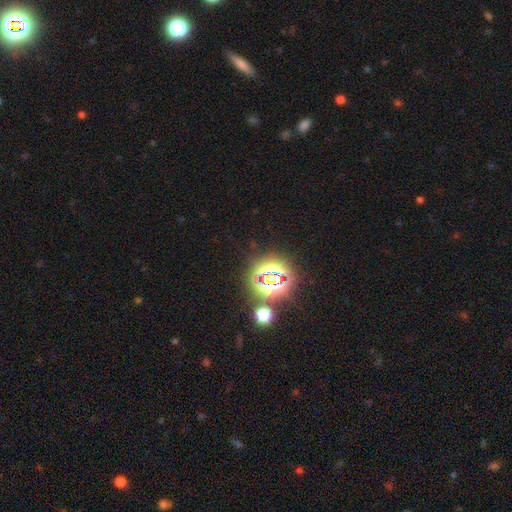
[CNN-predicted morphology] A star or artifact, not a galaxy (80%).